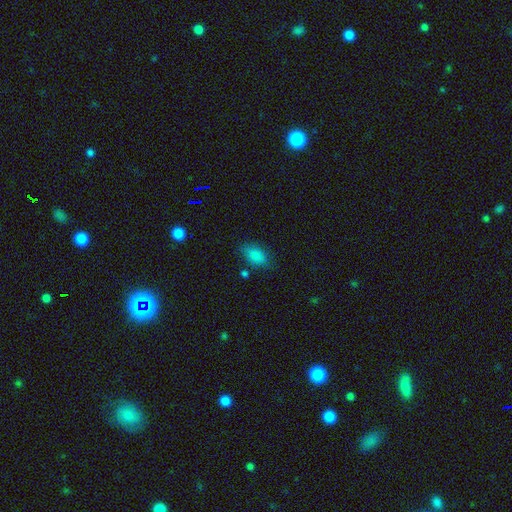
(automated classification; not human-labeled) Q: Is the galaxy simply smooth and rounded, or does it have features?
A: smooth — 85%.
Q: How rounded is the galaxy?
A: in between — 89%.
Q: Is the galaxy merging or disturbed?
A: none — 75%.